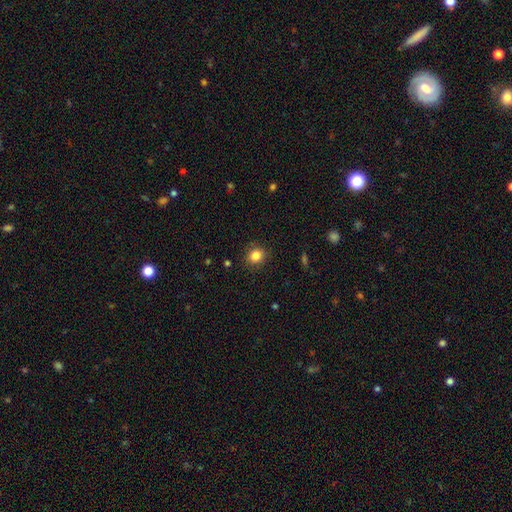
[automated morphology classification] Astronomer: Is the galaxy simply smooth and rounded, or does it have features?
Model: smooth — 84%.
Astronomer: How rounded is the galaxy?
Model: round — 77%.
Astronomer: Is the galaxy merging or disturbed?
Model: none — 88%.